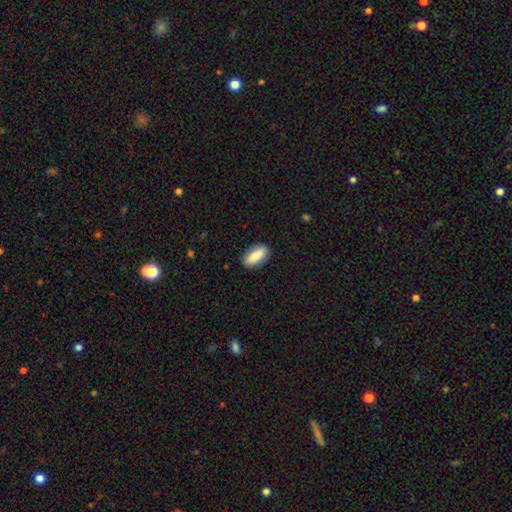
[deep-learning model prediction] This is clearly a smooth galaxy (84%). How rounded: clearly in between (84%). Merging: clearly none (87%).